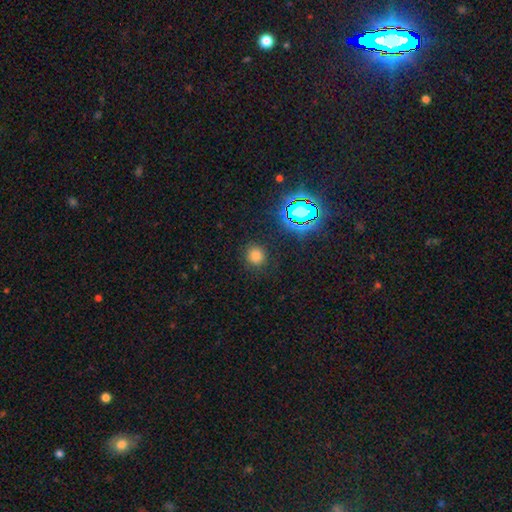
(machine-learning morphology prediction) A smooth galaxy with no disk features (74%) that is round (91%). Merging: none (88%).